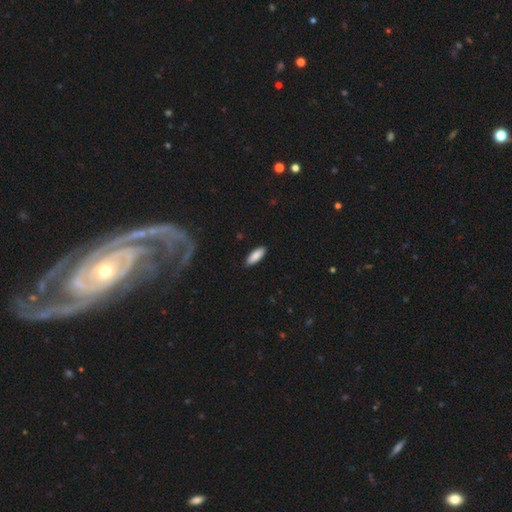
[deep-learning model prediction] The model was most divided on "how rounded": in between: 64%, cigar-shaped: 34%, round: 2%. More confident: merging — none (89%); smooth or featured — smooth (87%).